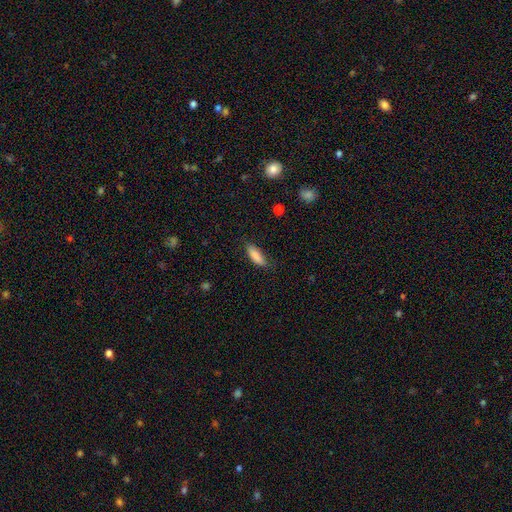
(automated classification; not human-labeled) This appears to be a smooth galaxy with no disk features (87%) that is in between round and cigar-shaped (61%). Merging: none (78%).